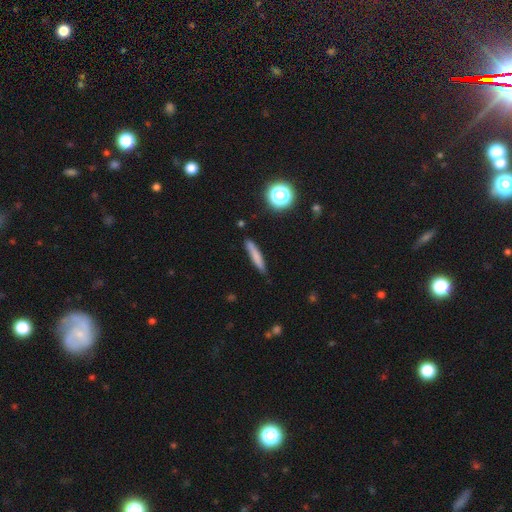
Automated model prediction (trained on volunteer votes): Smooth or featured? Predicted: smooth (p=0.71). How rounded? Predicted: cigar-shaped (p=0.90). Merging? Predicted: none (p=0.82).